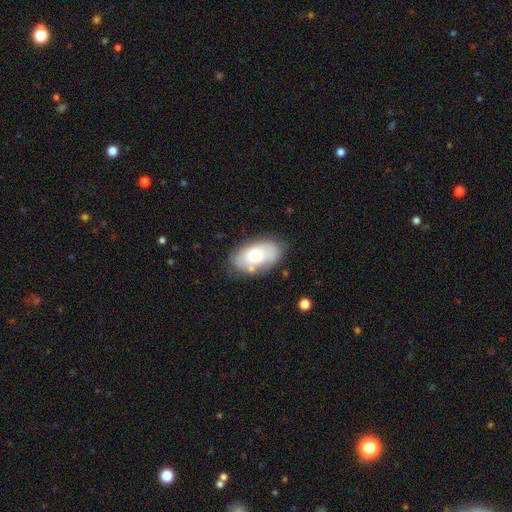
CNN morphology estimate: Q: Smooth or featured?
A: smooth (62%); runner-up: featured or disk (31%)
Q: How rounded?
A: in between (94%); runner-up: round (5%)
Q: Merging?
A: none (66%); runner-up: minor disturbance (22%)